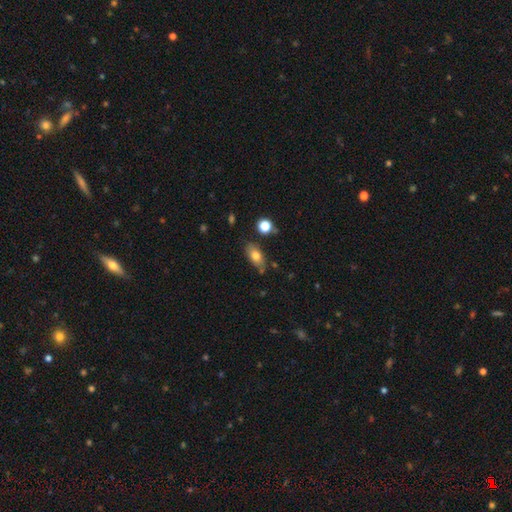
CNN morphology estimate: smooth_or_featured: smooth (p=0.75) [alt: featured or disk p=0.16]
how_rounded: in between (p=0.85) [alt: cigar-shaped p=0.08]
merging: none (p=0.74) [alt: minor disturbance p=0.17]